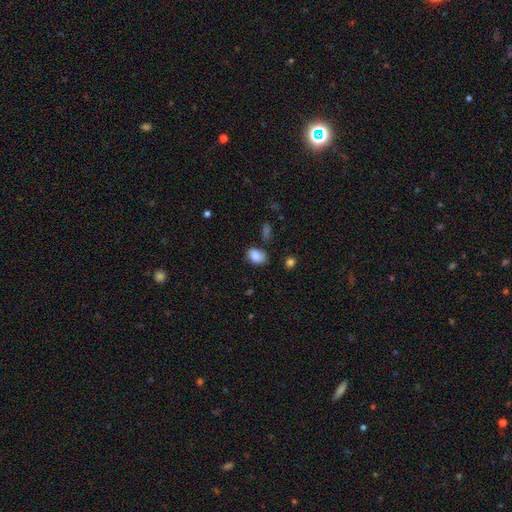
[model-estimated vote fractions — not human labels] Smooth or featured? smooth (86%)
How rounded? in between (75%)
Merging? none (65%)